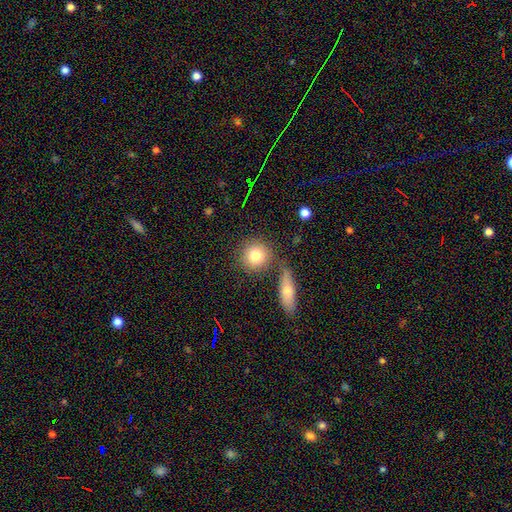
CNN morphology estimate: This is likely a smooth galaxy (80%). How rounded: clearly round (89%). Merging: likely none (76%).